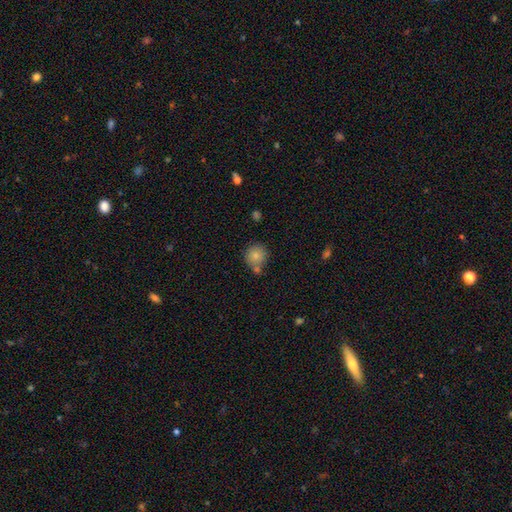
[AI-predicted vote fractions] smooth_or_featured: smooth (p=0.82) [alt: star or artifact p=0.09]
how_rounded: round (p=0.90) [alt: in between p=0.09]
merging: none (p=0.64) [alt: merger p=0.20]